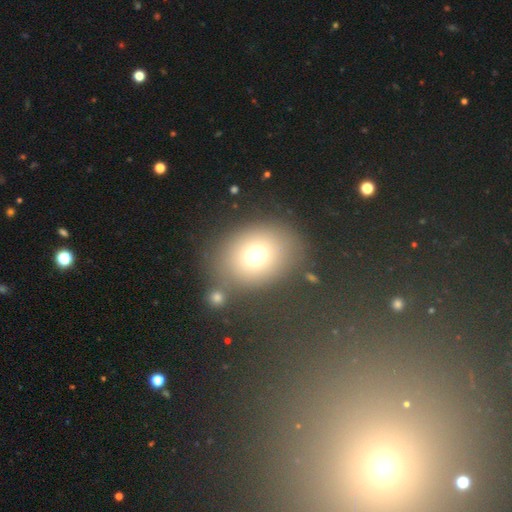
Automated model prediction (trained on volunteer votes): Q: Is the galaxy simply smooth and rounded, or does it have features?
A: smooth — 73%.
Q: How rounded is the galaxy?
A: in between — 54%.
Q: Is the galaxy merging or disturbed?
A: none — 74%.